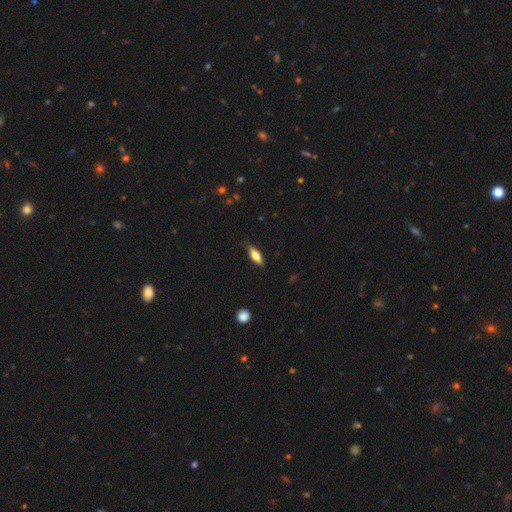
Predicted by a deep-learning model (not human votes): This appears to be a smooth galaxy with no disk features (63%) that is in between round and cigar-shaped (57%). Merging: none (78%).